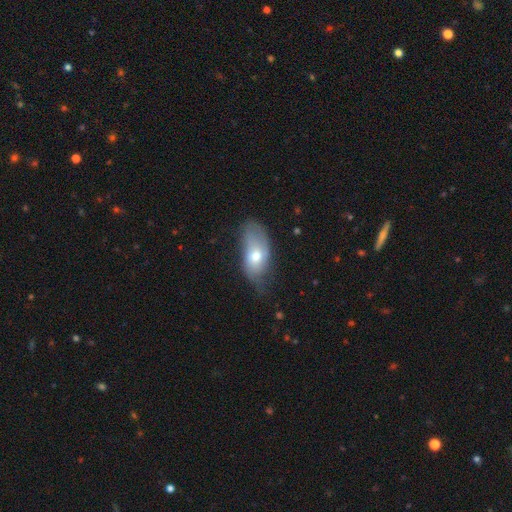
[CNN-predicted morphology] The model was most divided on "merging": none: 45%, minor disturbance: 37%, major disturbance: 16%, merger: 2%. More confident: how rounded — in between (89%); smooth or featured — smooth (61%).